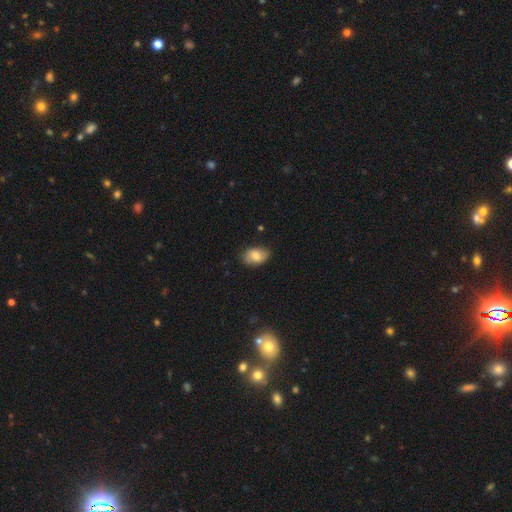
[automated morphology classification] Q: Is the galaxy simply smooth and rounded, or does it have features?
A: smooth — 79%.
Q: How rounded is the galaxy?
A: in between — 87%.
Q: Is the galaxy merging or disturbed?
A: none — 81%.